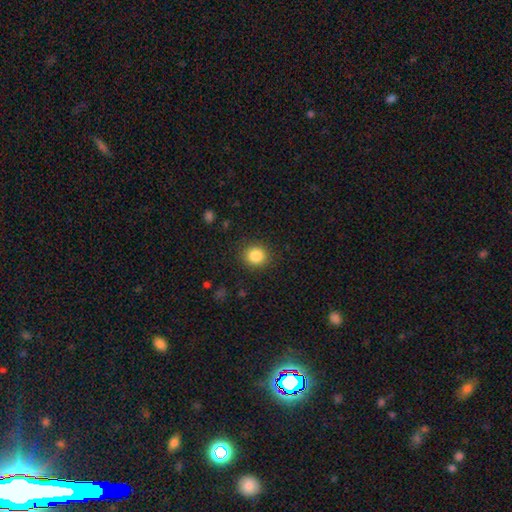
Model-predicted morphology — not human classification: Smooth or featured?
  - smooth: 85% *
  - star or artifact: 10%
  - featured or disk: 5%
How rounded?
  - round: 87% *
  - in between: 12%
  - cigar-shaped: 1%
Merging?
  - none: 88% *
  - minor disturbance: 8%
  - major disturbance: 3%
  - merger: 1%